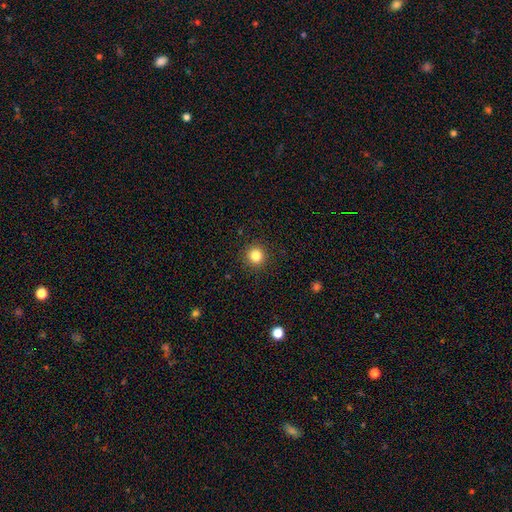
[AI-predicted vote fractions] smooth-or-featured: smooth: 83% | star or artifact: 12% | featured or disk: 5%
  how-rounded: round: 94% | in between: 5% | cigar-shaped: 1%
  merging: none: 92% | minor disturbance: 5% | major disturbance: 2% | merger: 1%